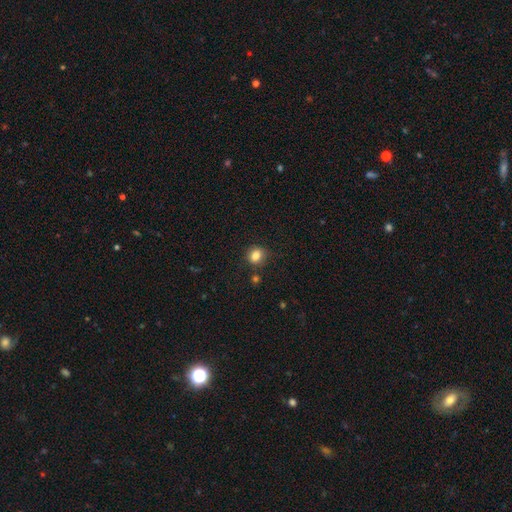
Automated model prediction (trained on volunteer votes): smooth 83%, star or artifact 11%, featured or disk 6%. Down the decision tree: how rounded — round (70%); merging — none (81%).